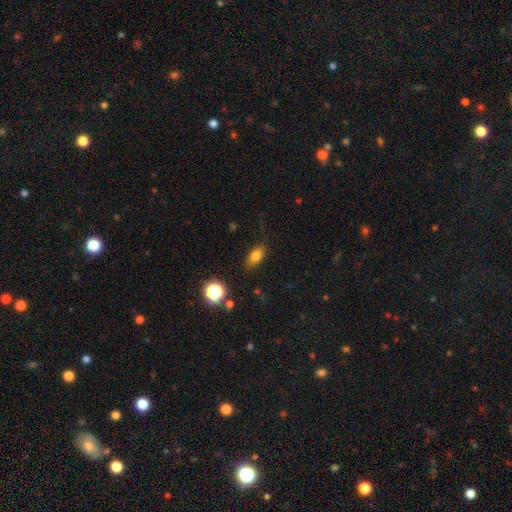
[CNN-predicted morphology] smooth 78%, star or artifact 12%, featured or disk 10%. Down the decision tree: how rounded — in between (81%); merging — none (83%).